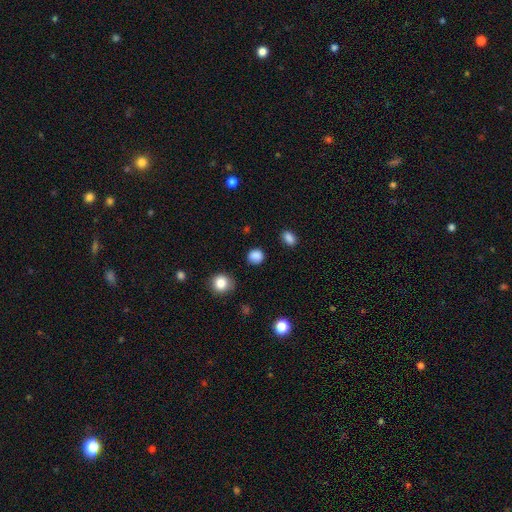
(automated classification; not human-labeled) smooth-or-featured: smooth: 85% | star or artifact: 12% | featured or disk: 3%
  how-rounded: round: 84% | in between: 15% | cigar-shaped: 1%
  merging: none: 86% | minor disturbance: 9% | major disturbance: 3% | merger: 2%